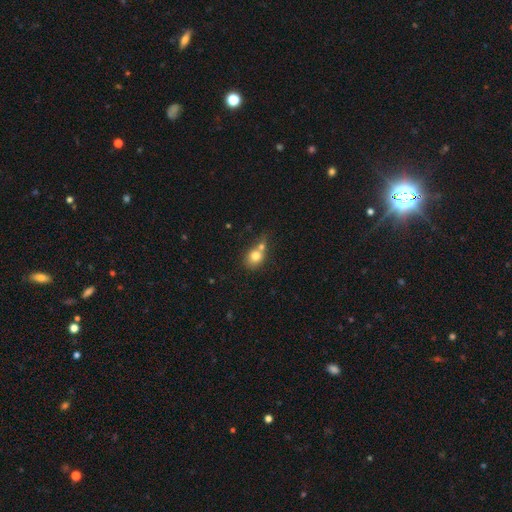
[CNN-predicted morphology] Smooth or featured?
  - smooth: 74% *
  - featured or disk: 16%
  - star or artifact: 10%
How rounded?
  - round: 62% *
  - in between: 37%
  - cigar-shaped: 1%
Merging?
  - merger: 53% *
  - none: 30%
  - minor disturbance: 11%
  - major disturbance: 5%